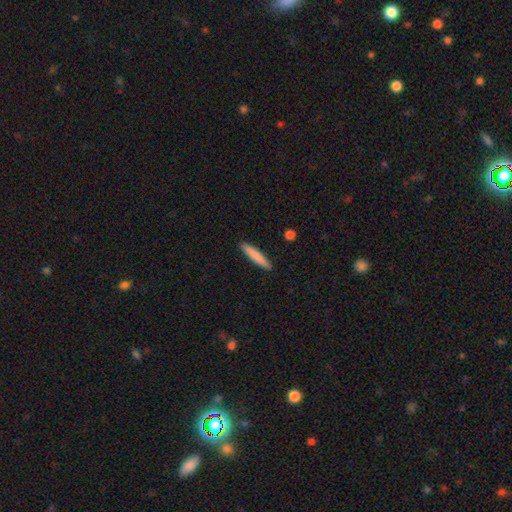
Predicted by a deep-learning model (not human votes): smooth_or_featured: smooth (p=0.82) [alt: featured or disk p=0.13]
how_rounded: cigar-shaped (p=0.92) [alt: in between p=0.07]
merging: none (p=0.91) [alt: minor disturbance p=0.06]